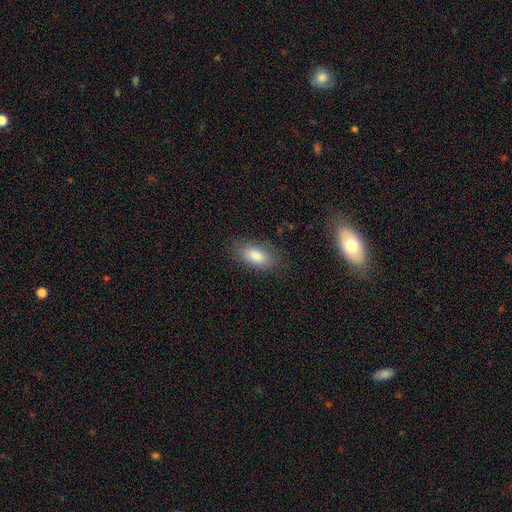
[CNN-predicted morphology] smooth-or-featured: smooth: 84% | featured or disk: 9% | star or artifact: 8%
  how-rounded: in between: 90% | cigar-shaped: 6% | round: 4%
  merging: none: 82% | minor disturbance: 13% | major disturbance: 4% | merger: 1%